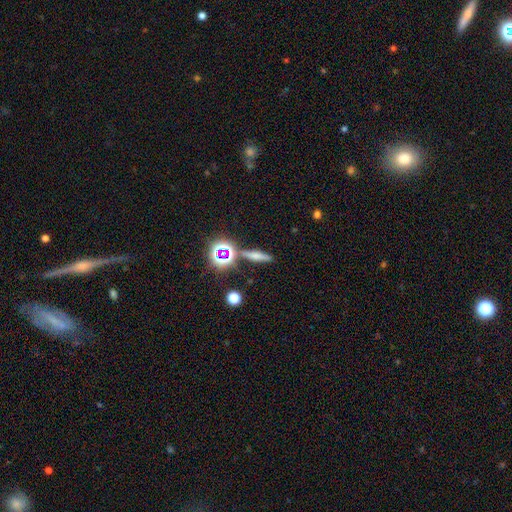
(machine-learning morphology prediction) Smooth or featured? smooth (49%)
Merging? none (80%)